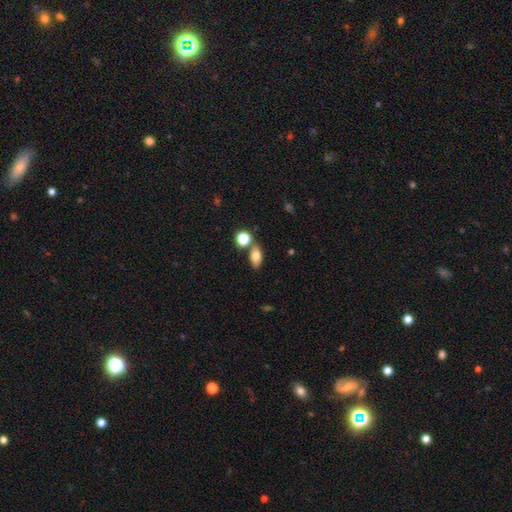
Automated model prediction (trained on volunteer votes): The model was most divided on "merging": none: 69%, merger: 16%, minor disturbance: 12%, major disturbance: 3%. More confident: how rounded — in between (83%); smooth or featured — smooth (76%).